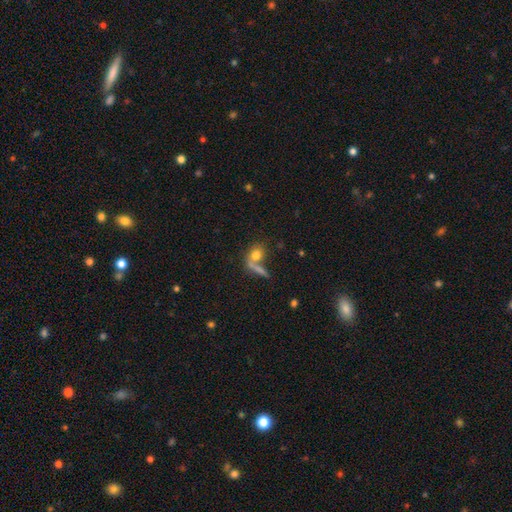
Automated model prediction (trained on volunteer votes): Smooth or featured?
  - smooth: 72% *
  - featured or disk: 17%
  - star or artifact: 10%
How rounded?
  - round: 49% *
  - in between: 41%
  - cigar-shaped: 10%
Merging?
  - none: 45% *
  - merger: 35%
  - minor disturbance: 11%
  - major disturbance: 9%